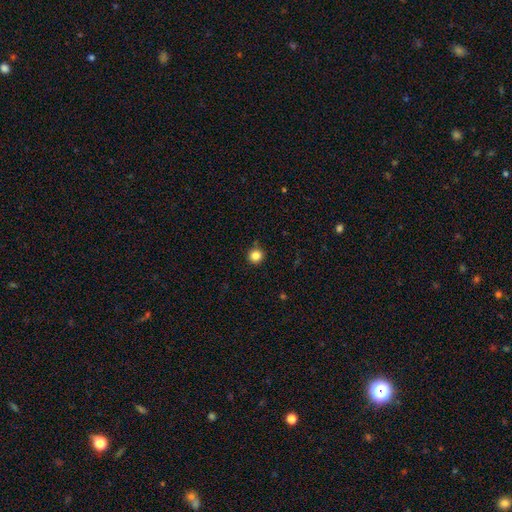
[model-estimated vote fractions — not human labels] This appears to be a smooth galaxy with no disk features (84%) that is round (94%). Merging: none (87%).